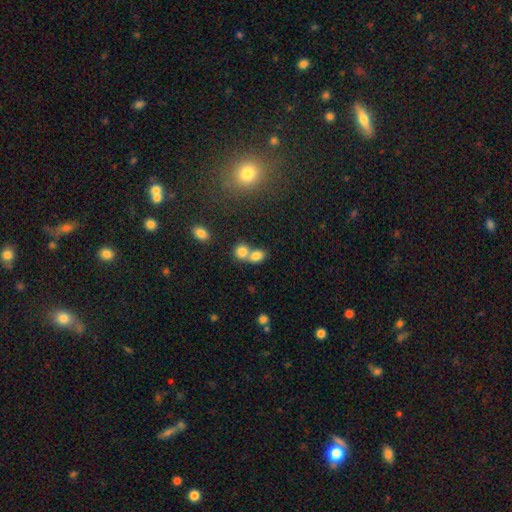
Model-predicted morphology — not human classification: The model was most divided on "how rounded": in between: 56%, round: 42%, cigar-shaped: 2%. More confident: smooth or featured — smooth (79%); merging — merger (61%).